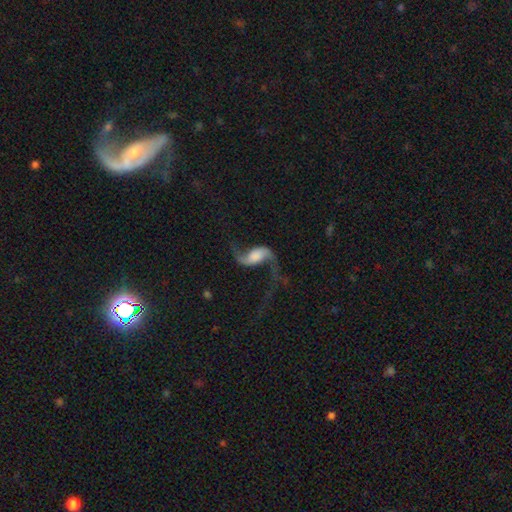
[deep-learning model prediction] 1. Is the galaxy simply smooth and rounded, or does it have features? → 85% featured or disk, 9% smooth, 6% star or artifact.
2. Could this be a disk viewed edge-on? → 96% no, 4% yes.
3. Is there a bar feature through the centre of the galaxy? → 47% no, 34% weak, 19% strong.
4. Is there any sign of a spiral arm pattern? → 96% yes, 4% no.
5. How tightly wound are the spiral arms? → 91% loose, 7% medium, 2% tight.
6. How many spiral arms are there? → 93% 2, 3% 1, 1% can't tell, 1% 3, 1% 4, 1% more than 4.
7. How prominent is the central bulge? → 31% large, 29% none, 16% moderate, 13% dominant, 11% small.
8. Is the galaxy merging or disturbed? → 60% none, 21% major disturbance, 15% minor disturbance, 4% merger.